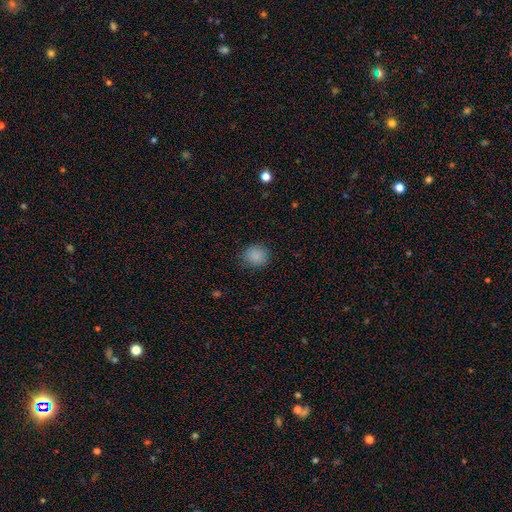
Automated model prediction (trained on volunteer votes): Overall: smooth (86%). How rounded: round (82%). Merging: none (85%).